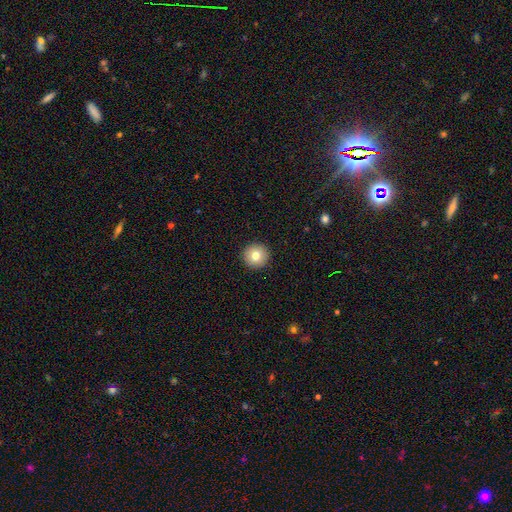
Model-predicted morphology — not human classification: Smooth or featured? smooth (79%)
How rounded? round (96%)
Merging? none (93%)